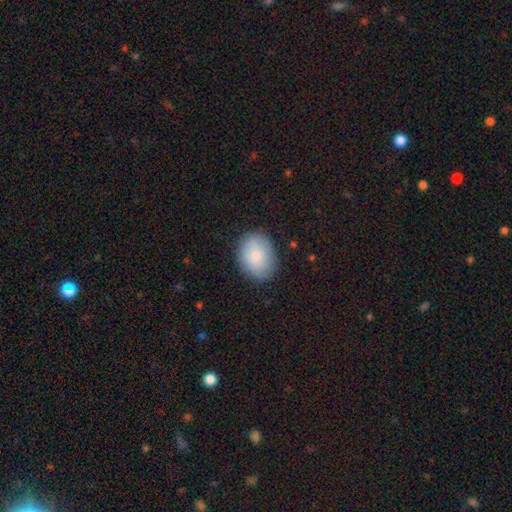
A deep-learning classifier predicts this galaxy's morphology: The model was most divided on "how rounded": in between: 65%, round: 34%, cigar-shaped: 1%. More confident: merging — none (84%); smooth or featured — smooth (82%).